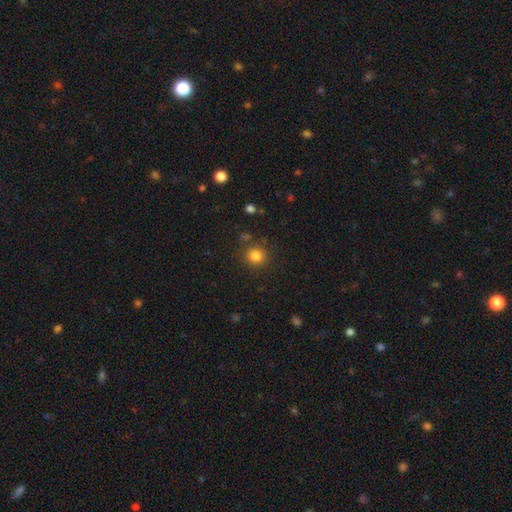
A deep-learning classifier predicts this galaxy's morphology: Overall: smooth (83%). How rounded: round (92%). Merging: none (84%).